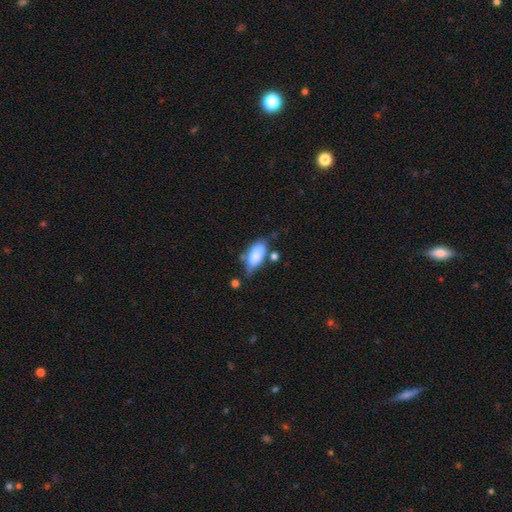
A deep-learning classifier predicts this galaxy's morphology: This appears to be a smooth galaxy with no disk features (80%) that is in between round and cigar-shaped (88%). Merging: none (46%).